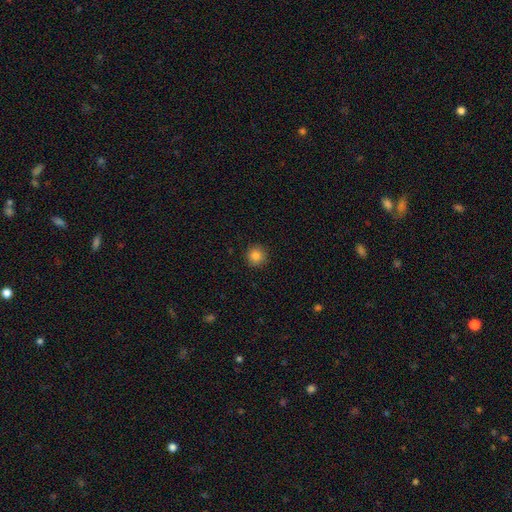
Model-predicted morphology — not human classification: A smooth galaxy with no disk features (84%) that is round (95%). Merging: none (92%).